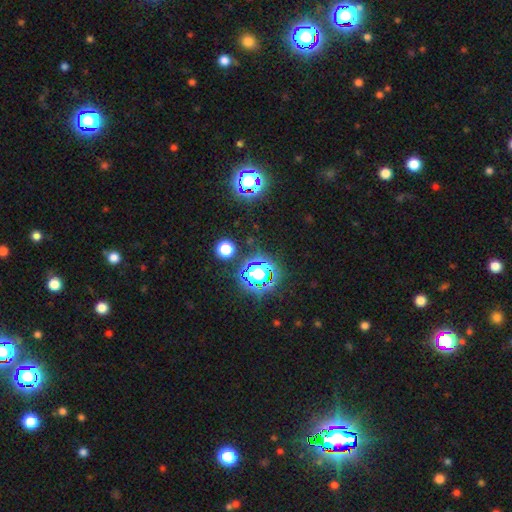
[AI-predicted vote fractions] A star or artifact, not a galaxy (80%).